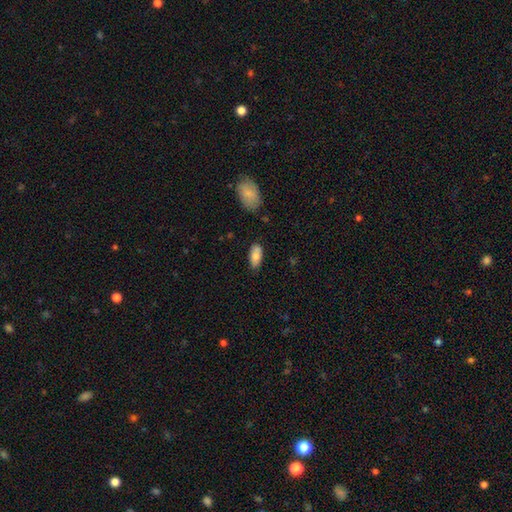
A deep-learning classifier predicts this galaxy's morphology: smooth_or_featured: smooth (p=0.79) [alt: featured or disk p=0.15]
how_rounded: in between (p=0.89) [alt: cigar-shaped p=0.08]
merging: none (p=0.75) [alt: minor disturbance p=0.18]